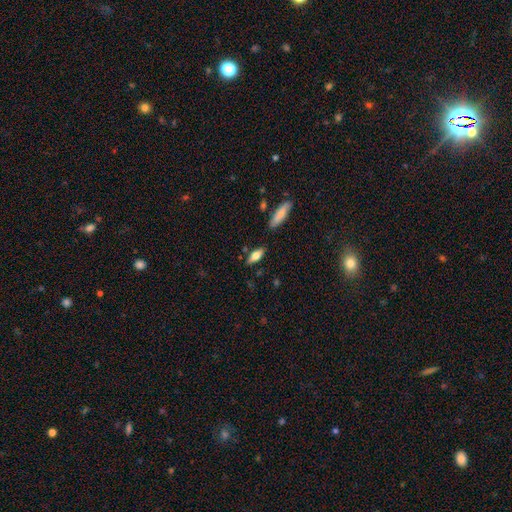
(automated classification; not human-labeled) Morphology: type=smooth (70%); roundness=in between (70%); merging=none (82%).